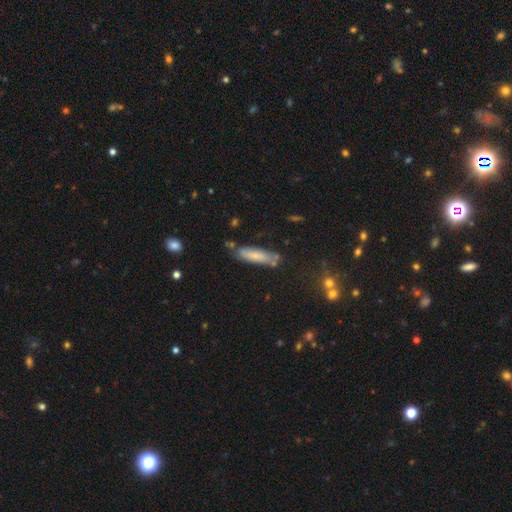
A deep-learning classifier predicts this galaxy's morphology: A smooth galaxy with no disk features (68%) that is cigar-shaped (69%). Merging: none (70%).